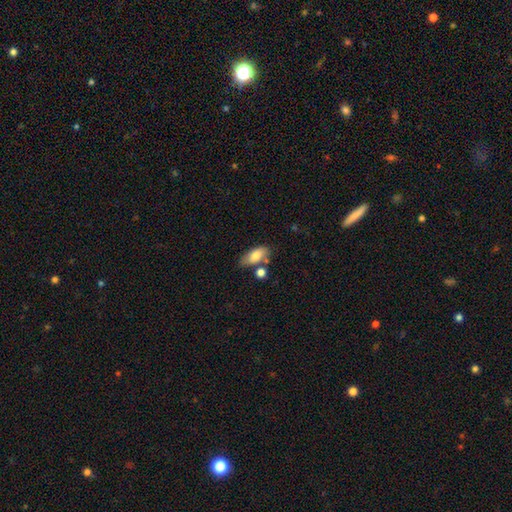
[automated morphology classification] smooth-or-featured: smooth: 79% | featured or disk: 14% | star or artifact: 7%
  how-rounded: in between: 86% | cigar-shaped: 10% | round: 4%
  merging: none: 63% | minor disturbance: 18% | merger: 14% | major disturbance: 5%